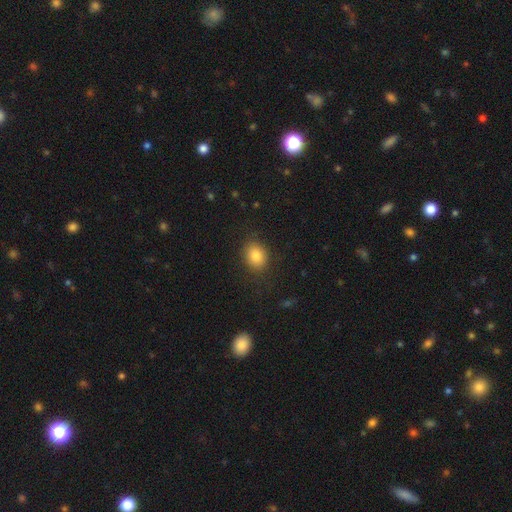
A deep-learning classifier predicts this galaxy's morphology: smooth 84%, star or artifact 9%, featured or disk 7%. Down the decision tree: how rounded — round (51%); merging — none (84%).